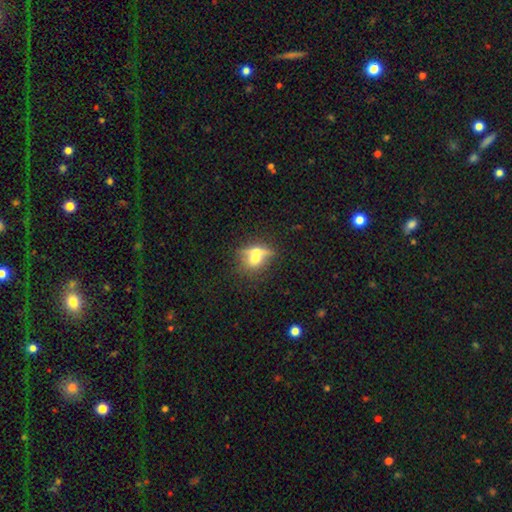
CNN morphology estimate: smooth-or-featured: smooth: 56% | featured or disk: 33% | star or artifact: 12%
  how-rounded: round: 60% | in between: 31% | cigar-shaped: 9%
  merging: merger: 48% | none: 35% | minor disturbance: 10% | major disturbance: 7%